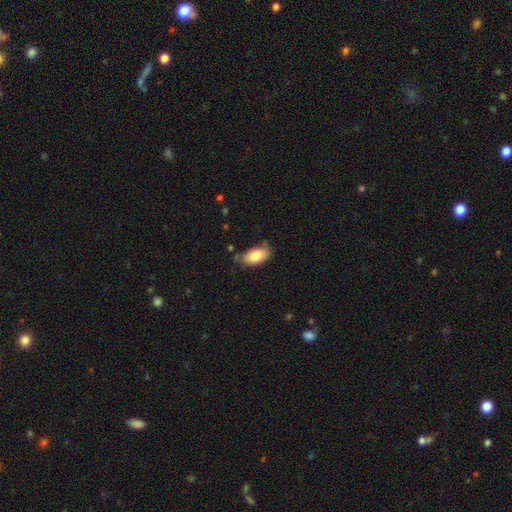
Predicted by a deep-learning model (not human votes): smooth-or-featured: smooth: 84% | featured or disk: 9% | star or artifact: 7%
  how-rounded: in between: 94% | round: 4% | cigar-shaped: 2%
  merging: none: 63% | minor disturbance: 28% | major disturbance: 6% | merger: 3%